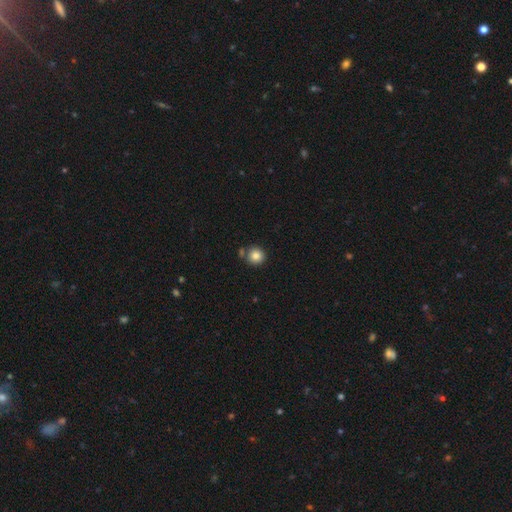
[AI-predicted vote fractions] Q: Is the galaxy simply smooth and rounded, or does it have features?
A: smooth — 84%.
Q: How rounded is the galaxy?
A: round — 93%.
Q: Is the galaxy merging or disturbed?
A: none — 74%.